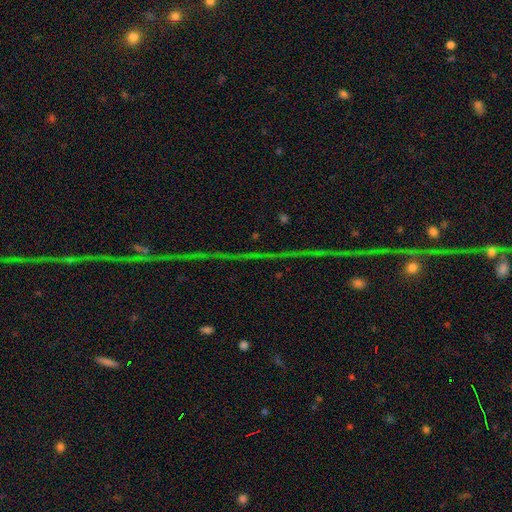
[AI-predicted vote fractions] Morphology: type=star or artifact (79%).